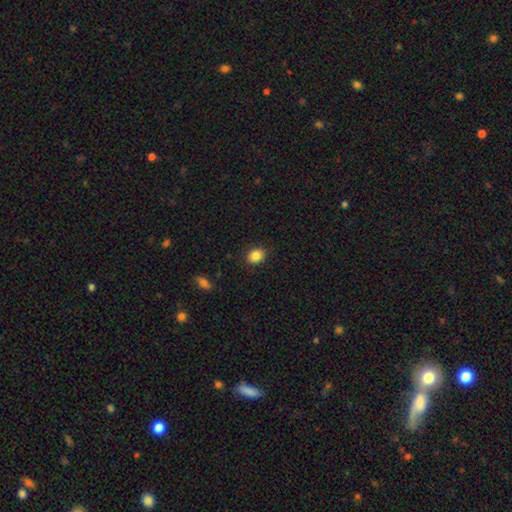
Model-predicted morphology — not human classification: The model was most divided on "how rounded": in between: 52%, round: 47%, cigar-shaped: 1%. More confident: merging — none (88%); smooth or featured — smooth (86%).